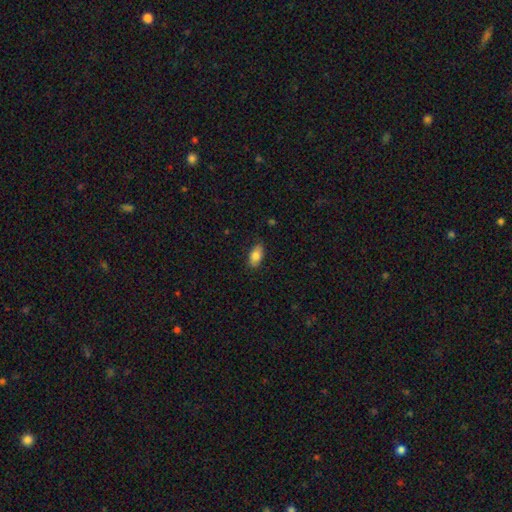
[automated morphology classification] Q: Smooth or featured?
A: smooth (82%); runner-up: featured or disk (11%)
Q: How rounded?
A: in between (91%); runner-up: round (4%)
Q: Merging?
A: none (84%); runner-up: minor disturbance (13%)